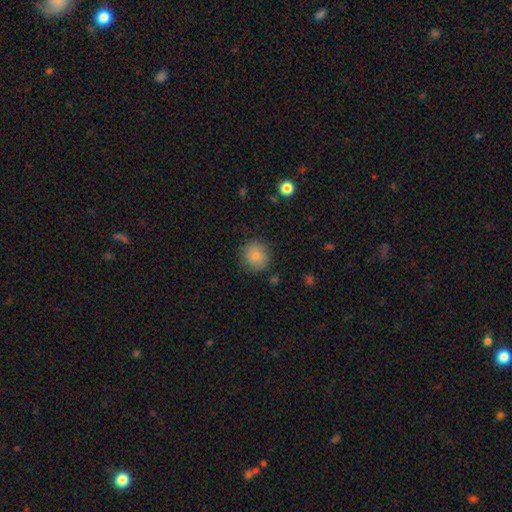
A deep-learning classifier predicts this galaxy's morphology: Overall: smooth (82%). How rounded: round (90%). Merging: none (85%).